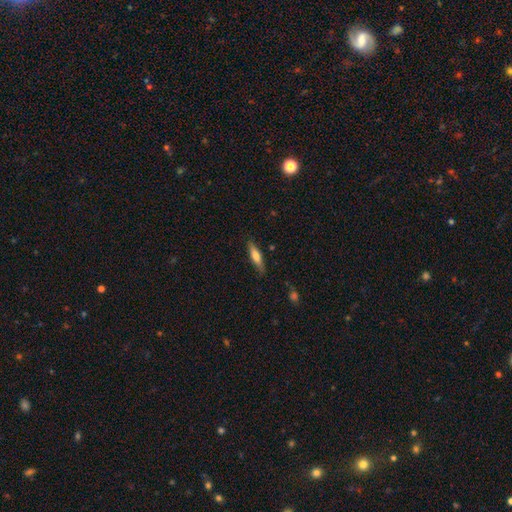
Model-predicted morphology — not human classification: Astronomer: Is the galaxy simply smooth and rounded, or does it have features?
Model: smooth — 63%.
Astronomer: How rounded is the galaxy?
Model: cigar-shaped — 76%.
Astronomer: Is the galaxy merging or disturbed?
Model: none — 83%.